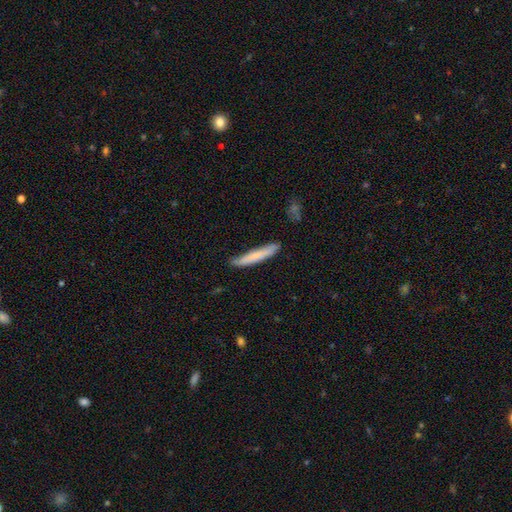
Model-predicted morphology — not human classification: The model was most divided on "smooth or featured": smooth: 70%, featured or disk: 24%, star or artifact: 6%. More confident: how rounded — cigar-shaped (94%); merging — none (78%).